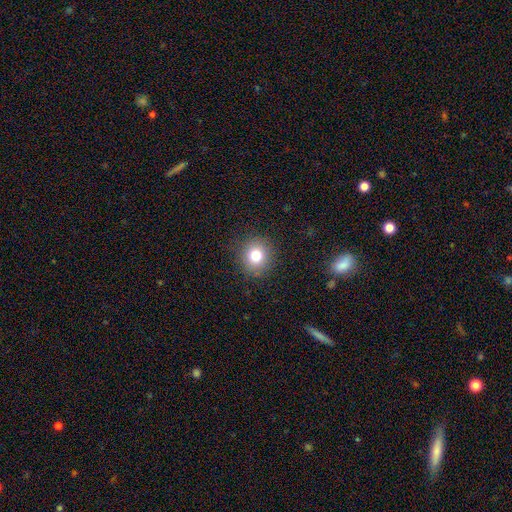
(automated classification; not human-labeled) Morphology: type=smooth (80%); roundness=round (86%); merging=none (89%).